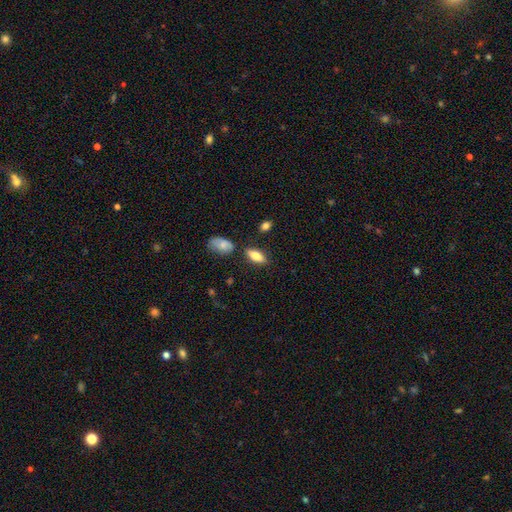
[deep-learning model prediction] This is likely a smooth galaxy (77%). How rounded: likely in between (77%). Merging: likely none (79%).